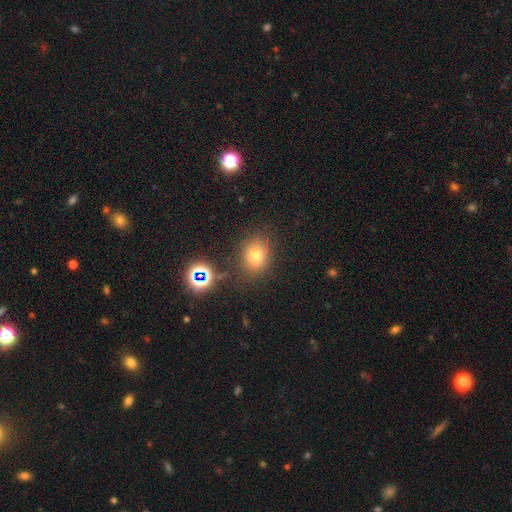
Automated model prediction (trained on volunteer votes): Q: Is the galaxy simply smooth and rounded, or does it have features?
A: smooth — 71%.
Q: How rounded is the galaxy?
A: round — 57%.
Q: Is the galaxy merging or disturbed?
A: none — 78%.